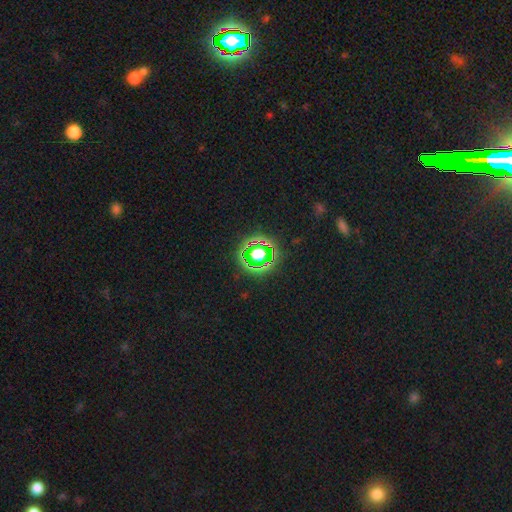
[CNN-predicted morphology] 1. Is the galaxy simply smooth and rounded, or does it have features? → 78% star or artifact, 15% smooth, 7% featured or disk.